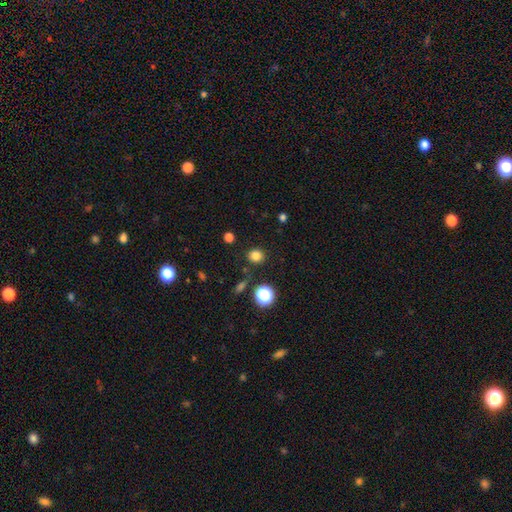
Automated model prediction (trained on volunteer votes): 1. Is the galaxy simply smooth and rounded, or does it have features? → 80% smooth, 15% star or artifact, 5% featured or disk.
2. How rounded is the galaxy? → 80% round, 19% in between, 1% cigar-shaped.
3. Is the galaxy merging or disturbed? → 85% none, 9% minor disturbance, 3% merger, 3% major disturbance.